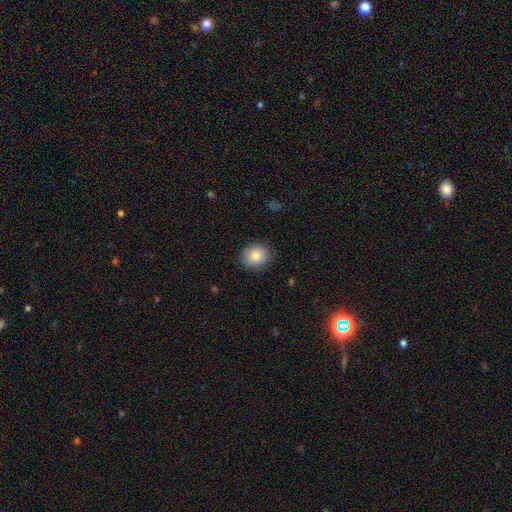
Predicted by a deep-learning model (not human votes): A smooth galaxy with no disk features (85%) that is round (75%). Merging: none (87%).